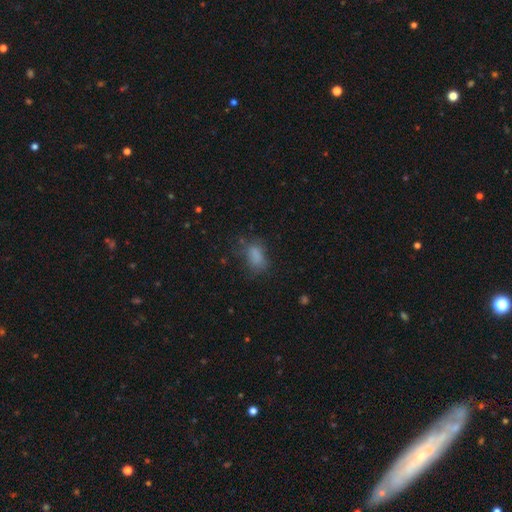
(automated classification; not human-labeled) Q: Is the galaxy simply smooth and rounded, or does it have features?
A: smooth — 76%.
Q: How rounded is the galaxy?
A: in between — 84%.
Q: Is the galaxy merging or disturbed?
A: none — 55%.